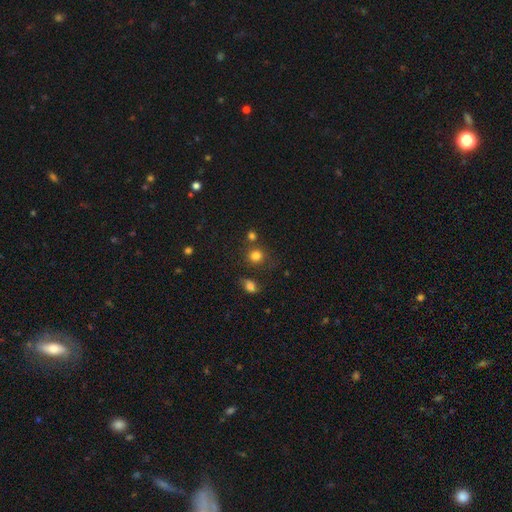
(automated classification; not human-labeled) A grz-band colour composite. It shows a smooth galaxy with no disk features (79%) that is round (88%). Merging: none (72%).